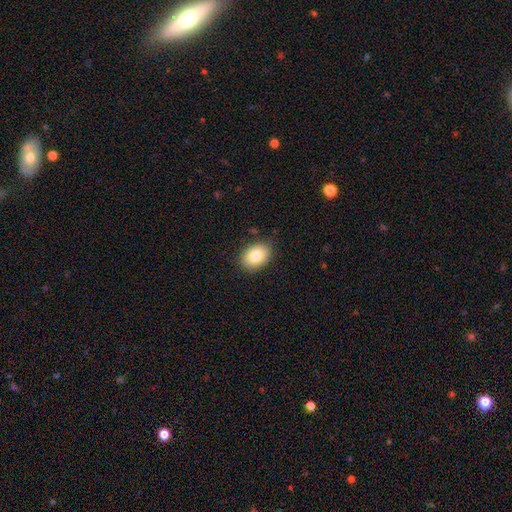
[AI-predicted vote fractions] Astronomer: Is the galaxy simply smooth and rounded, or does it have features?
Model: smooth — 83%.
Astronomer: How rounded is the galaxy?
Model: in between — 77%.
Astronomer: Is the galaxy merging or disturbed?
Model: none — 86%.